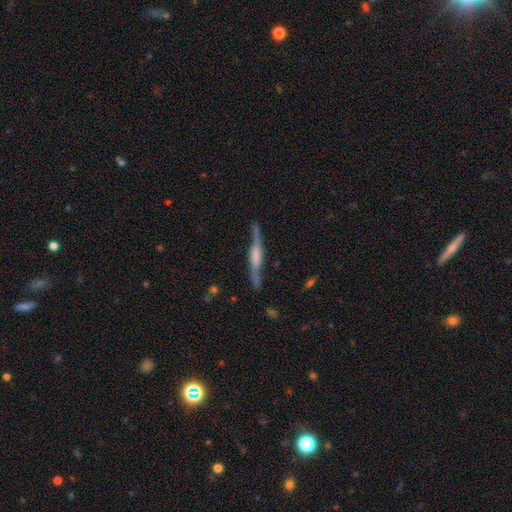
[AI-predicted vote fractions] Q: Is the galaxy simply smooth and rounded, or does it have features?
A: featured or disk — 74%.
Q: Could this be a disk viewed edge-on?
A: yes — 89%.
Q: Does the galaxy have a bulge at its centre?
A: boxy — 49%.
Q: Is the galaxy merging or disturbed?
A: none — 77%.